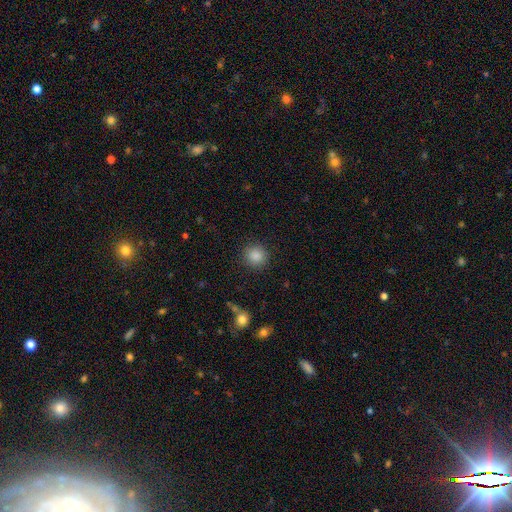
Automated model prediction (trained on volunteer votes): This is clearly a smooth galaxy (86%). How rounded: clearly round (92%). Merging: clearly none (90%).